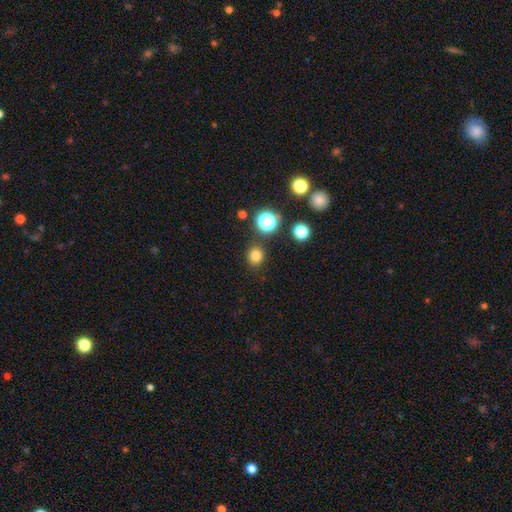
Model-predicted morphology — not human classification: The model was most divided on "how rounded": round: 80%, in between: 20%, cigar-shaped: 1%. More confident: merging — none (86%); smooth or featured — smooth (78%).